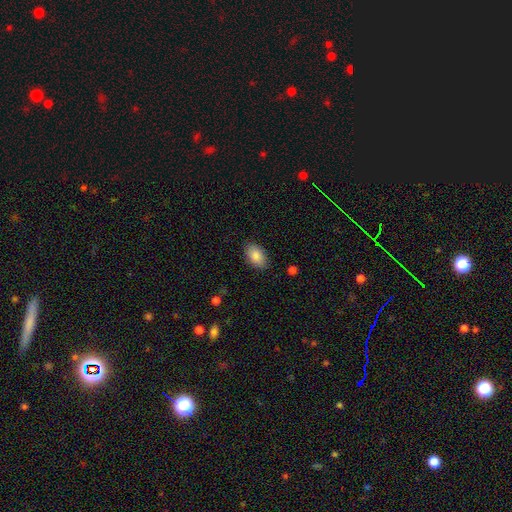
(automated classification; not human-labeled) Overall: smooth (86%). How rounded: in between (92%). Merging: none (86%).